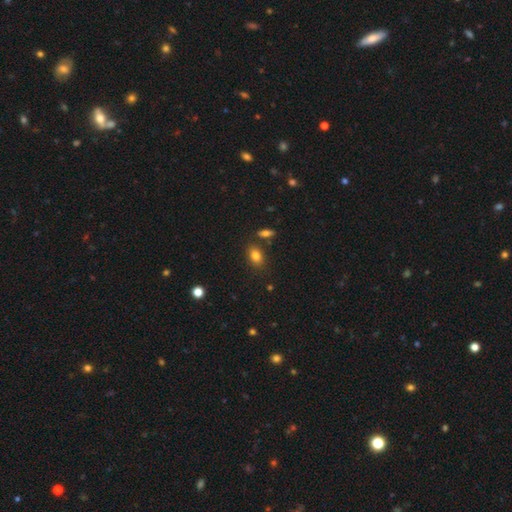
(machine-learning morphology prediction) Q: Smooth or featured?
A: smooth (82%); runner-up: star or artifact (10%)
Q: How rounded?
A: in between (78%); runner-up: round (20%)
Q: Merging?
A: none (78%); runner-up: minor disturbance (11%)